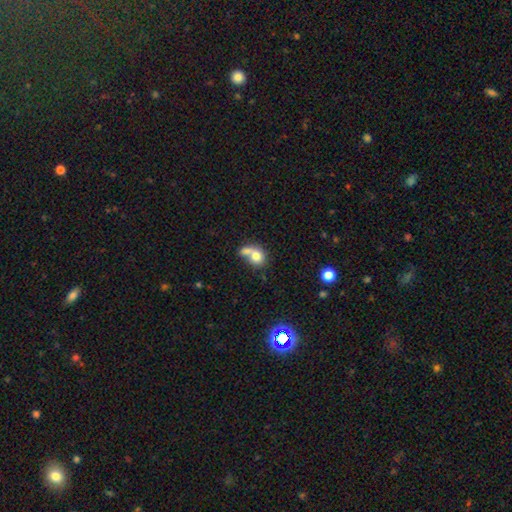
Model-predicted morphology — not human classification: smooth_or_featured: smooth (p=0.74) [alt: featured or disk p=0.17]
how_rounded: round (p=0.63) [alt: in between p=0.36]
merging: merger (p=0.58) [alt: none p=0.25]